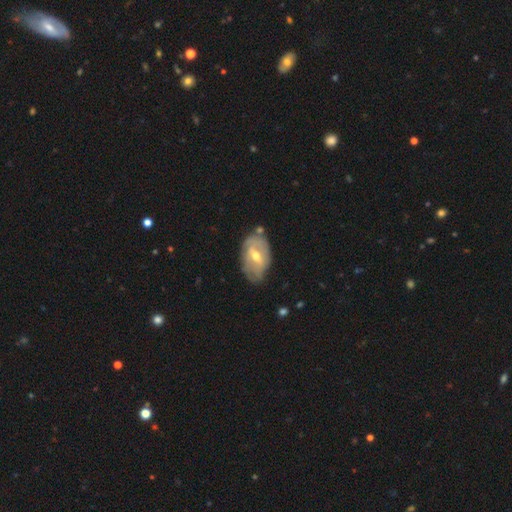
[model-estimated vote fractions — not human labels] Smooth or featured: featured or disk — 62% (smooth — 32%)
Edge-on disk: no — 92% (yes — 8%)
Bar: weak — 50% (no — 26%)
Spiral arms: yes — 51% (no — 49%)
Bulge size: moderate — 68% (small — 27%)
Merging: none — 59% (minor disturbance — 29%)